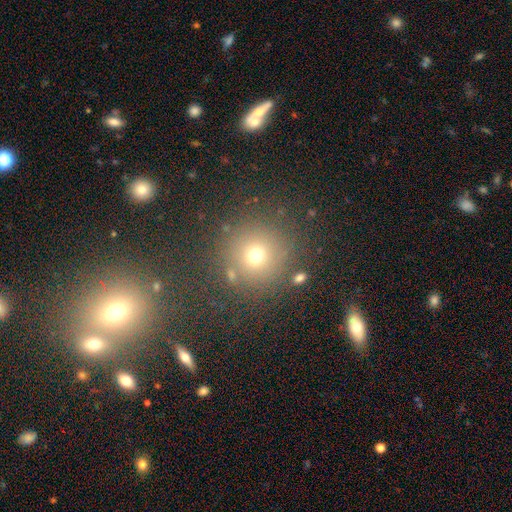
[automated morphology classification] Overall: smooth (69%). How rounded: round (94%). Merging: none (81%).